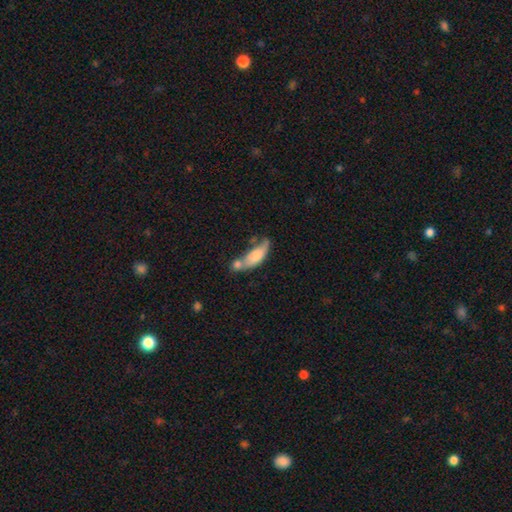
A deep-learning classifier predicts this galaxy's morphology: smooth 69%, featured or disk 24%, star or artifact 7%. Down the decision tree: how rounded — in between (64%); merging — merger (45%).